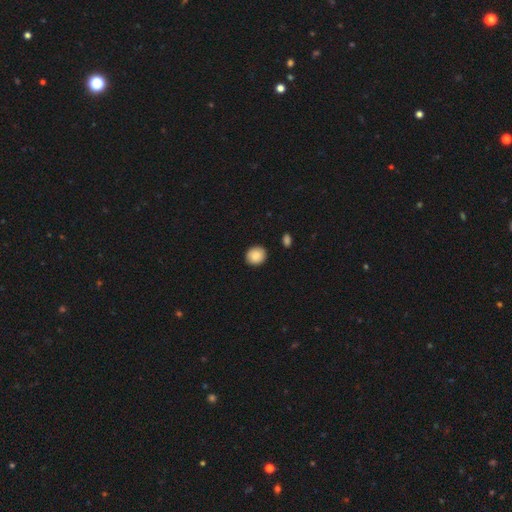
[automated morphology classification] A smooth galaxy with no disk features (87%) that is round (79%). Merging: none (89%).